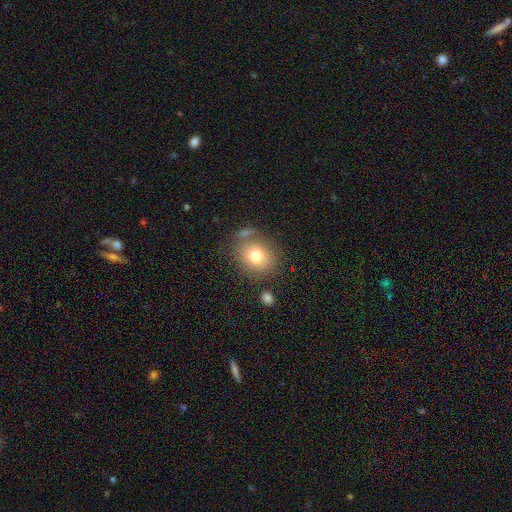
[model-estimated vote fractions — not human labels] A smooth galaxy with no disk features (77%) that is round (75%). Merging: none (72%).